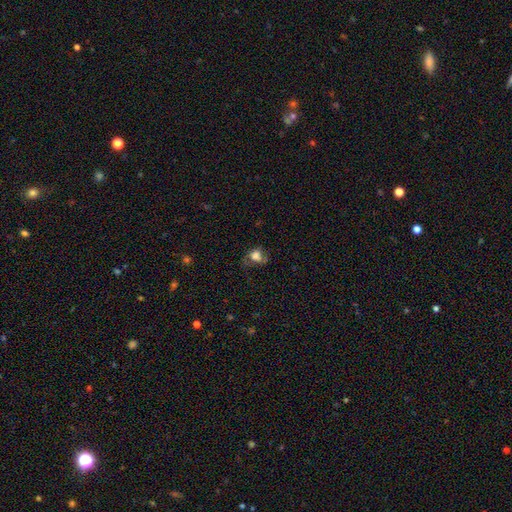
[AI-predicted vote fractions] This is likely a smooth galaxy (67%). How rounded: possibly round (53%). Merging: marginally none (39%).